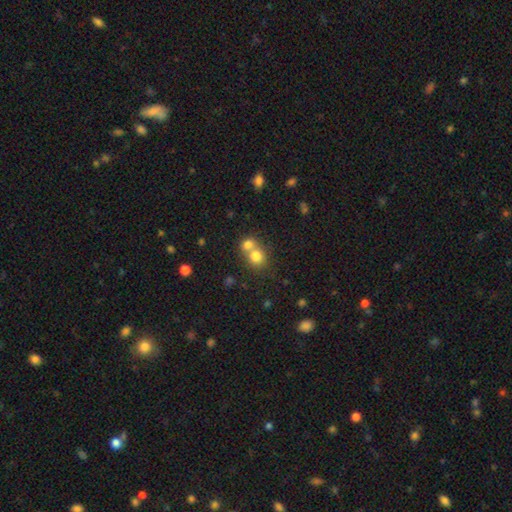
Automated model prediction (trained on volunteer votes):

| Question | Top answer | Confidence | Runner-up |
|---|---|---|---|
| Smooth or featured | smooth | 77% | star or artifact (12%) |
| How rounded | round | 77% | in between (22%) |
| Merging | merger | 56% | none (35%) |